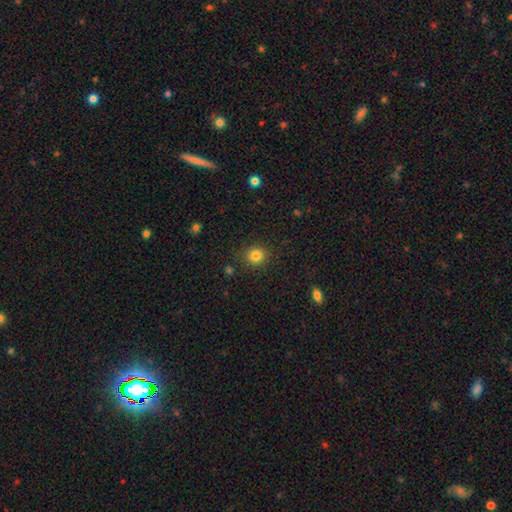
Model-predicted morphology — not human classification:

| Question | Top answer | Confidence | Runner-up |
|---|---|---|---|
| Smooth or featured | smooth | 82% | star or artifact (12%) |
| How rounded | round | 84% | in between (15%) |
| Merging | none | 87% | minor disturbance (8%) |